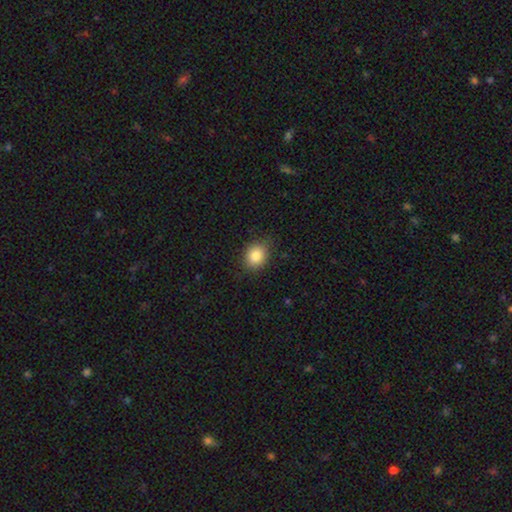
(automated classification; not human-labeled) A smooth galaxy with no disk features (83%) that is round (62%).

Vote fractions:
- Smooth or featured? smooth: 83% / star or artifact: 10% / featured or disk: 7%
- How rounded? round: 62% / in between: 37% / cigar-shaped: 1%
- Merging? none: 81% / minor disturbance: 15% / major disturbance: 3% / merger: 1%